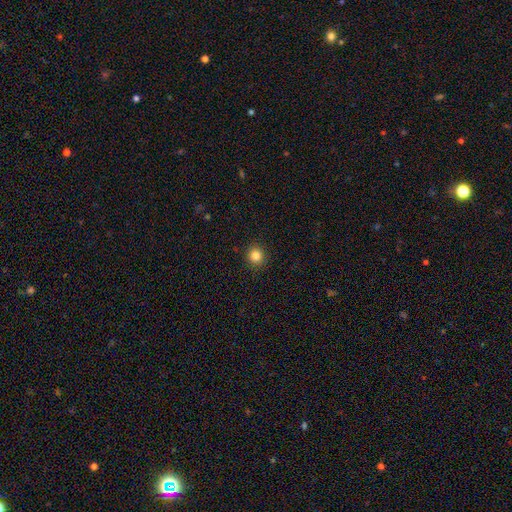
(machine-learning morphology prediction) A smooth galaxy with no disk features (83%) that is round (91%). Merging: none (92%).